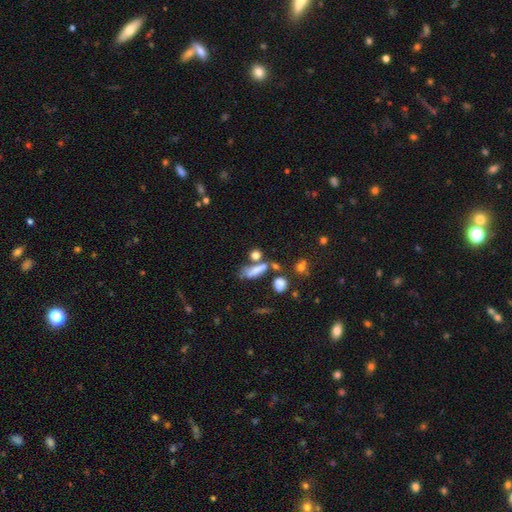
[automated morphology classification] Smooth or featured: smooth — 70% (star or artifact — 16%)
How rounded: in between — 44% (cigar-shaped — 32%)
Merging: none — 45% (merger — 28%)